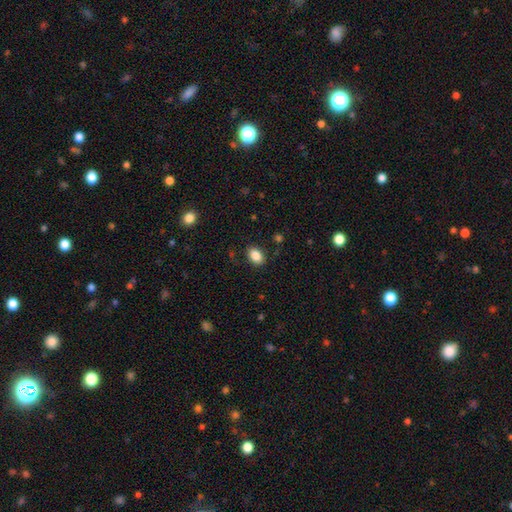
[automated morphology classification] This appears to be a smooth galaxy with no disk features (86%) that is in between round and cigar-shaped (82%). Merging: none (87%).